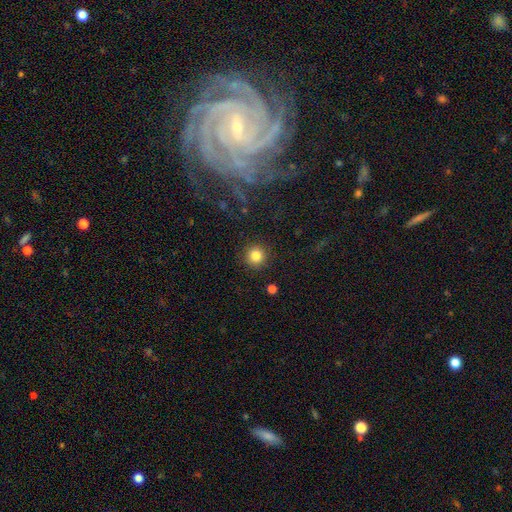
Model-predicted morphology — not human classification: A smooth galaxy with no disk features (83%) that is round (94%). Merging: none (90%).